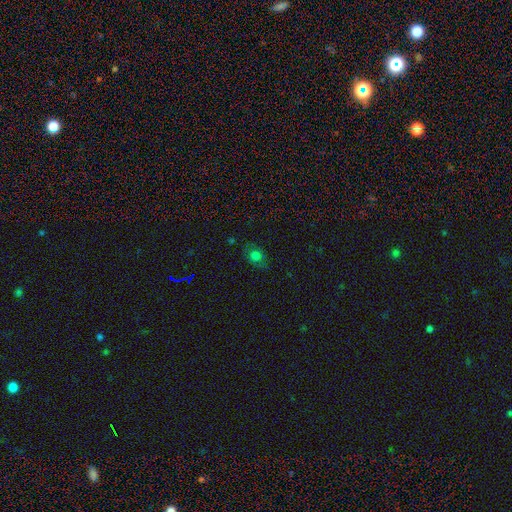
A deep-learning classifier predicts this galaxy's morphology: Q: Smooth or featured?
A: smooth (70%); runner-up: star or artifact (19%)
Q: How rounded?
A: round (54%); runner-up: in between (45%)
Q: Merging?
A: none (77%); runner-up: minor disturbance (17%)